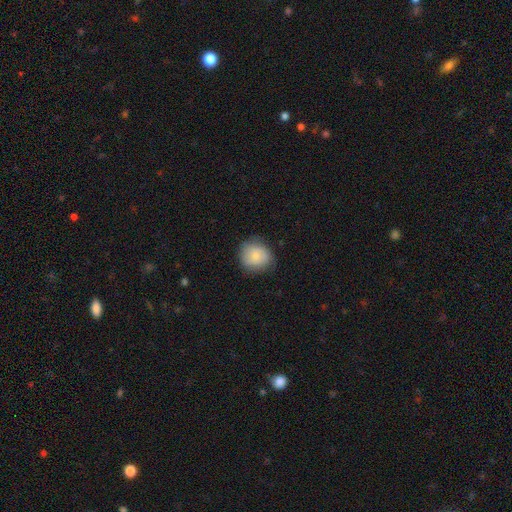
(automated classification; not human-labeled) A smooth galaxy with no disk features (76%) that is round (81%). Merging: none (76%).